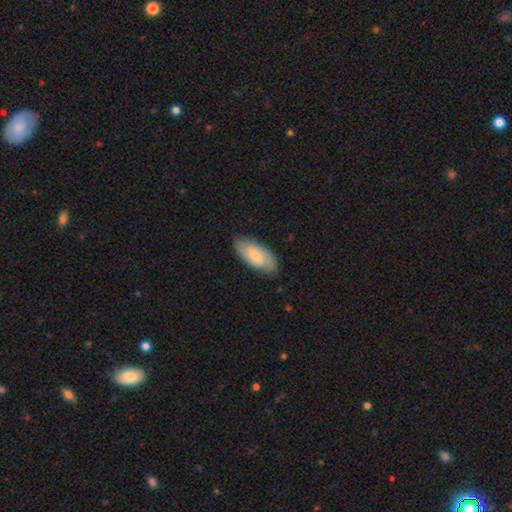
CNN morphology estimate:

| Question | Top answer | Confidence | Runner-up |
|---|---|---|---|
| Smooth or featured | smooth | 53% | featured or disk (42%) |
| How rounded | in between | 88% | cigar-shaped (9%) |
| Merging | none | 80% | minor disturbance (16%) |